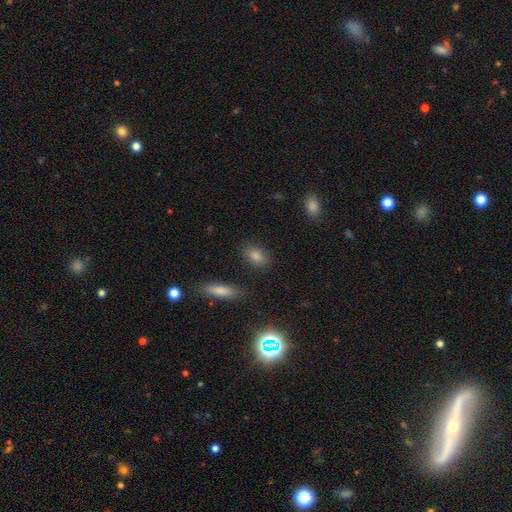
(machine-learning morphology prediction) type=smooth (76%); roundness=in between (79%); merging=none (85%).